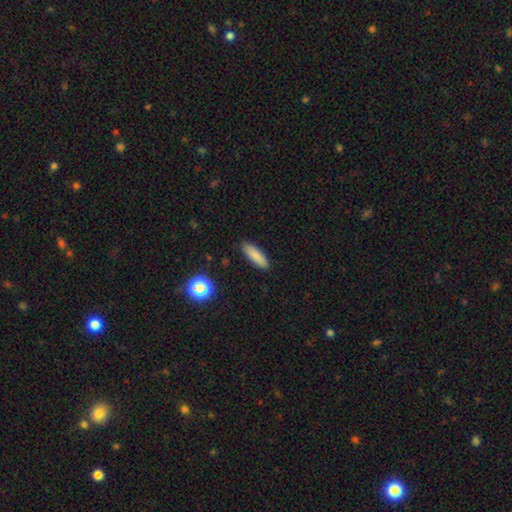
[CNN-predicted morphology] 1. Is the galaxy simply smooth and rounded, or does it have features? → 83% smooth, 9% star or artifact, 7% featured or disk.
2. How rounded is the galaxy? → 55% cigar-shaped, 44% in between, 2% round.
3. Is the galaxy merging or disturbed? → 88% none, 9% minor disturbance, 2% major disturbance, 1% merger.